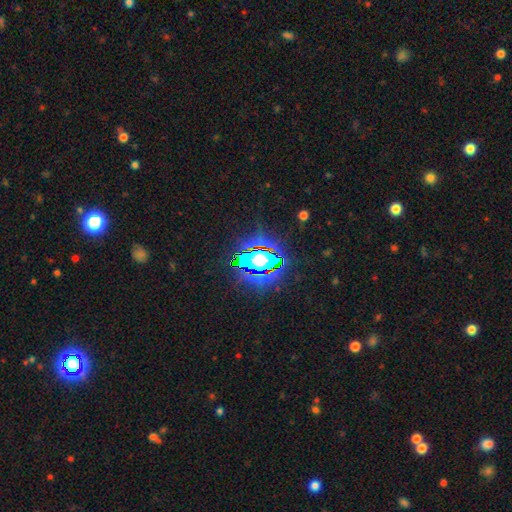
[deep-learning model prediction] This appears to be a star or artifact, not a galaxy (81%).